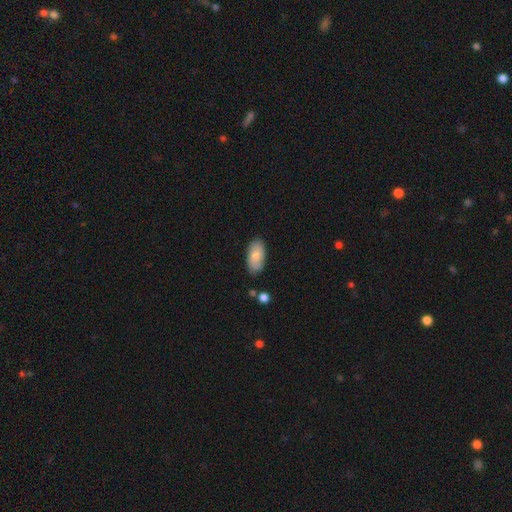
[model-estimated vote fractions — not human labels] Smooth or featured? Predicted: smooth (p=0.74). How rounded? Predicted: in between (p=0.93). Merging? Predicted: none (p=0.75).